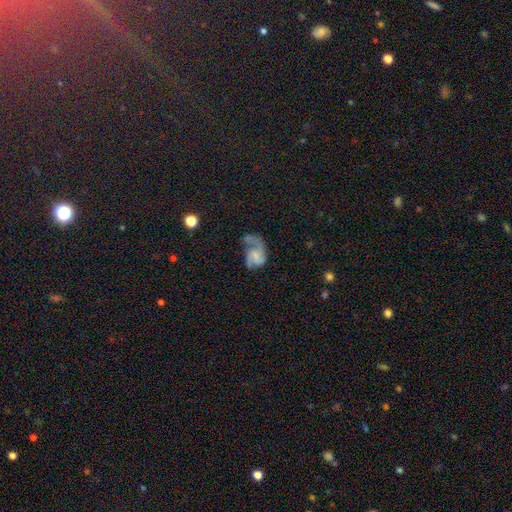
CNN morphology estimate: Q: Smooth or featured?
A: featured or disk (67%); runner-up: smooth (25%)
Q: Edge-on disk?
A: no (98%); runner-up: yes (2%)
Q: Bar?
A: no (59%); runner-up: weak (34%)
Q: Spiral arms?
A: yes (87%); runner-up: no (13%)
Q: Spiral winding?
A: loose (43%); runner-up: medium (42%)
Q: Spiral arm count?
A: 2 (54%); runner-up: 1 (34%)
Q: Bulge size?
A: none (41%); runner-up: small (34%)
Q: Merging?
A: major disturbance (43%); runner-up: none (27%)